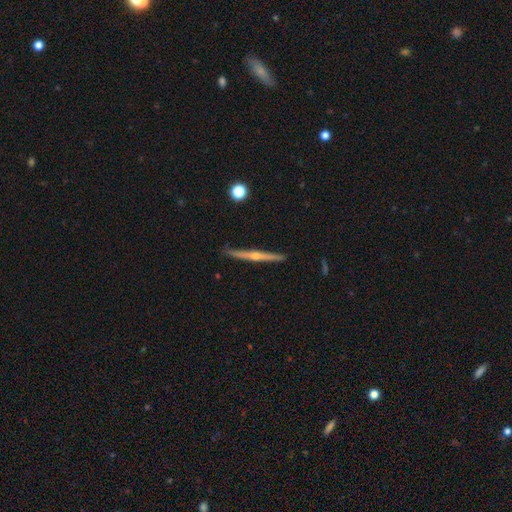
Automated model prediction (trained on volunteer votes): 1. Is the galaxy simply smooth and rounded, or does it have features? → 80% featured or disk, 14% smooth, 5% star or artifact.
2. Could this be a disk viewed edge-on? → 98% yes, 2% no.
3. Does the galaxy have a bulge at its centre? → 87% rounded, 10% none, 3% boxy.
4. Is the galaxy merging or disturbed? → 91% none, 7% minor disturbance, 1% major disturbance, 1% merger.